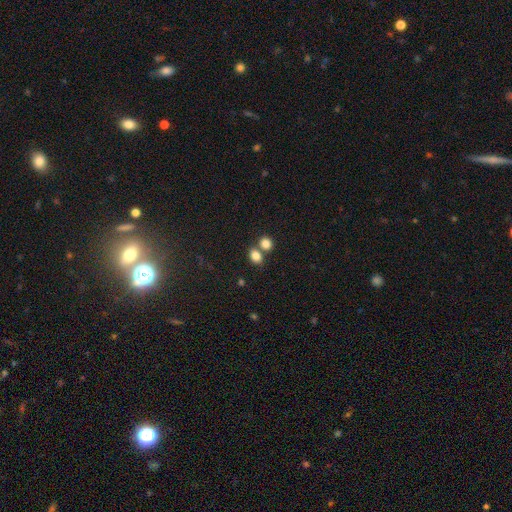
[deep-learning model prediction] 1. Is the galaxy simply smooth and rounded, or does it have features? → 83% smooth, 11% star or artifact, 6% featured or disk.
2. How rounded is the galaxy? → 54% in between, 45% round, 1% cigar-shaped.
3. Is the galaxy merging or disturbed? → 50% none, 38% merger, 8% minor disturbance, 3% major disturbance.